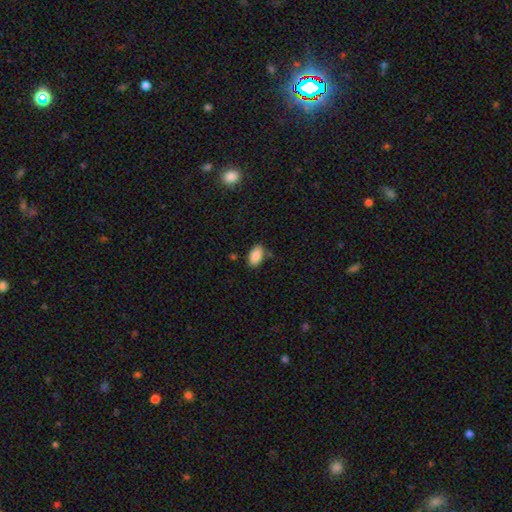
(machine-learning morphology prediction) A smooth galaxy with no disk features (88%) that is in between round and cigar-shaped (94%).

Vote fractions:
- Smooth or featured? smooth: 88% / star or artifact: 7% / featured or disk: 4%
- How rounded? in between: 94% / round: 5% / cigar-shaped: 2%
- Merging? none: 79% / minor disturbance: 14% / merger: 4% / major disturbance: 3%